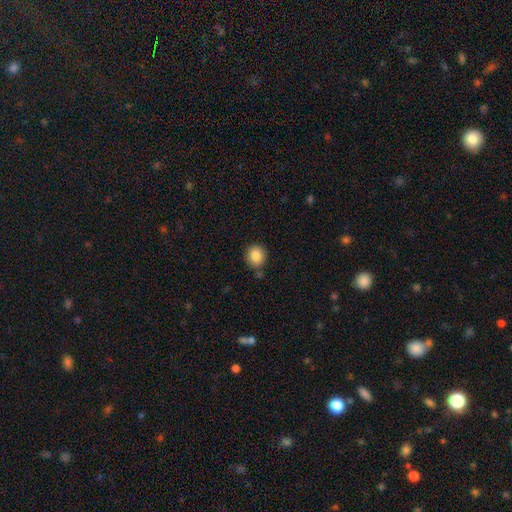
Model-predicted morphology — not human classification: This appears to be a smooth galaxy with no disk features (86%) that is round (85%). Merging: none (80%).